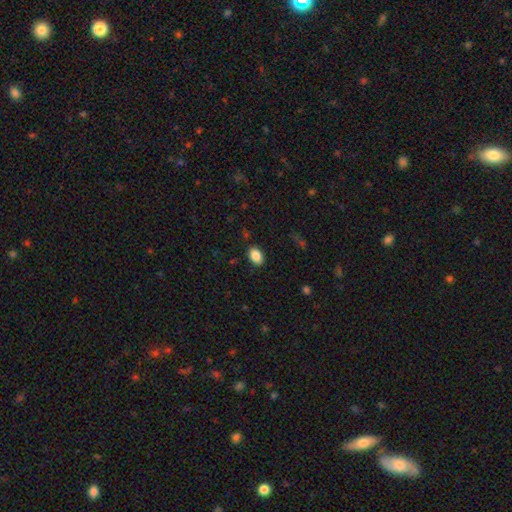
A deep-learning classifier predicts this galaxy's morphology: The model was most divided on "how rounded": in between: 82%, round: 17%, cigar-shaped: 1%. More confident: smooth or featured — smooth (88%); merging — none (87%).